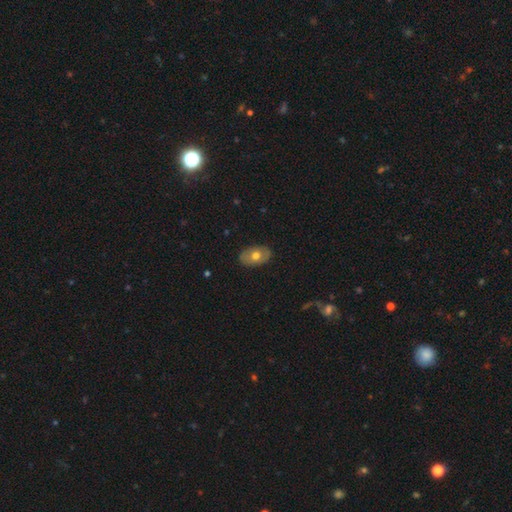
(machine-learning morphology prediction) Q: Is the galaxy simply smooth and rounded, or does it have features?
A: smooth — 61%.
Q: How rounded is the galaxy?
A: in between — 86%.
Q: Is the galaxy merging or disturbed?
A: none — 86%.